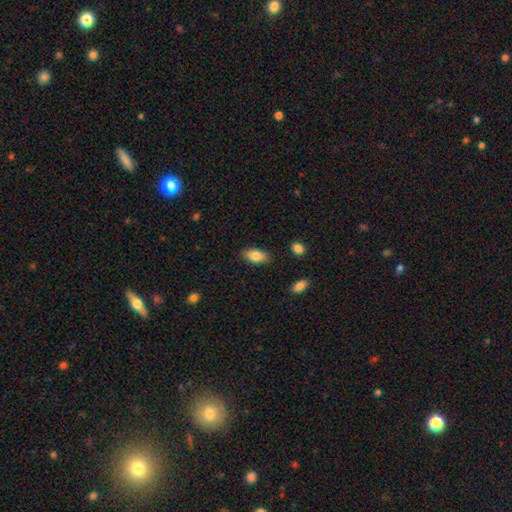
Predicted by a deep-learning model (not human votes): Smooth or featured? smooth (83%)
How rounded? in between (91%)
Merging? none (85%)